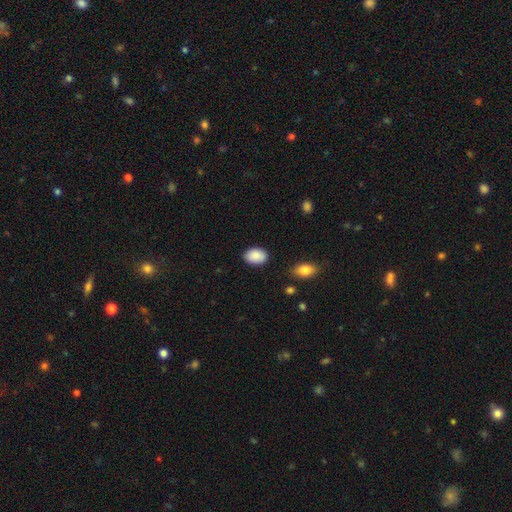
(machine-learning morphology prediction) A smooth galaxy with no disk features (89%) that is in between round and cigar-shaped (86%). Merging: none (86%).